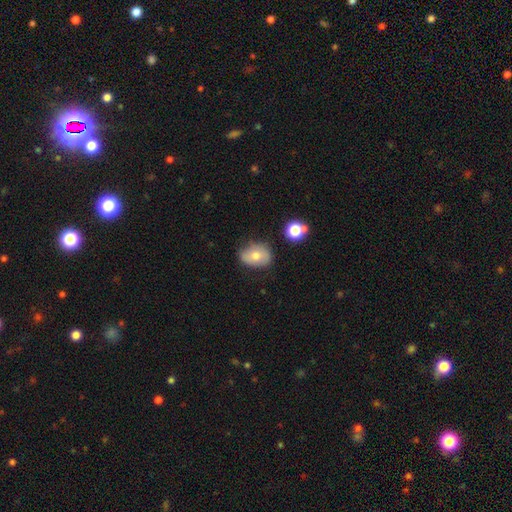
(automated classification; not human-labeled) Smooth or featured? Predicted: smooth (p=0.65). How rounded? Predicted: in between (p=0.69). Merging? Predicted: none (p=0.67).